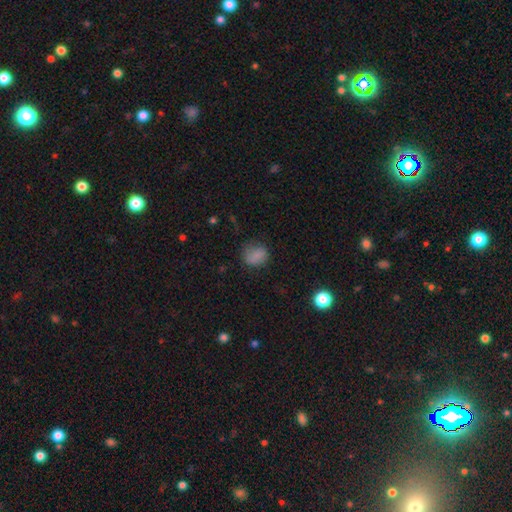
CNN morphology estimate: Smooth or featured?
  - smooth: 82% *
  - star or artifact: 12%
  - featured or disk: 7%
How rounded?
  - round: 58% *
  - in between: 40%
  - cigar-shaped: 1%
Merging?
  - none: 68% *
  - minor disturbance: 23%
  - major disturbance: 8%
  - merger: 1%